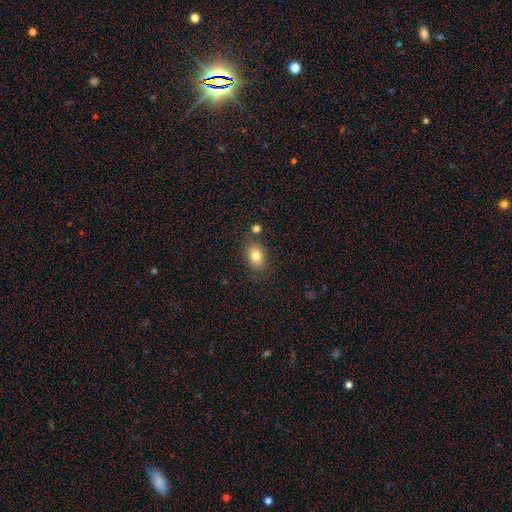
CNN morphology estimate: type=smooth (80%); roundness=in between (74%); merging=none (73%).